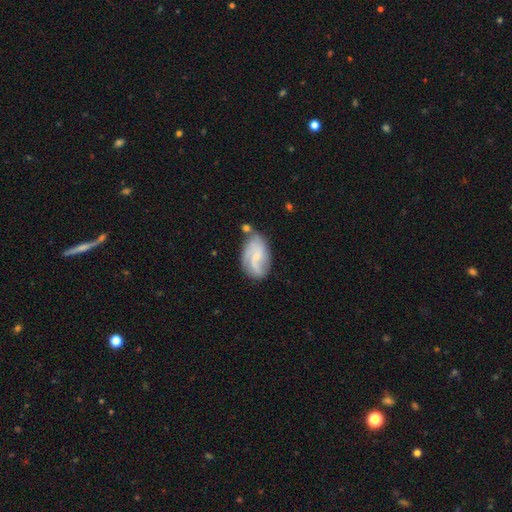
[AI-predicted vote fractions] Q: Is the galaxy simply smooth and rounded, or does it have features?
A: featured or disk — 67%.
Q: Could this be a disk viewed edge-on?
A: no — 97%.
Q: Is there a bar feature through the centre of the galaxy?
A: no — 49%.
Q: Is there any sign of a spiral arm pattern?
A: yes — 90%.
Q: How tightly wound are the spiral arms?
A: medium — 40%.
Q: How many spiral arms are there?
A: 2 — 43%.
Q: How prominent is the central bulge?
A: small — 66%.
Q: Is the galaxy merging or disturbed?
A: none — 53%.